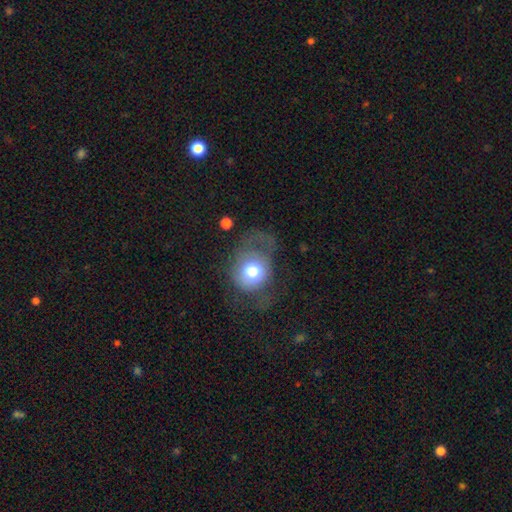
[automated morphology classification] Smooth or featured: smooth — 51% (featured or disk — 33%)
How rounded: round — 64% (in between — 34%)
Merging: none — 51% (major disturbance — 24%)